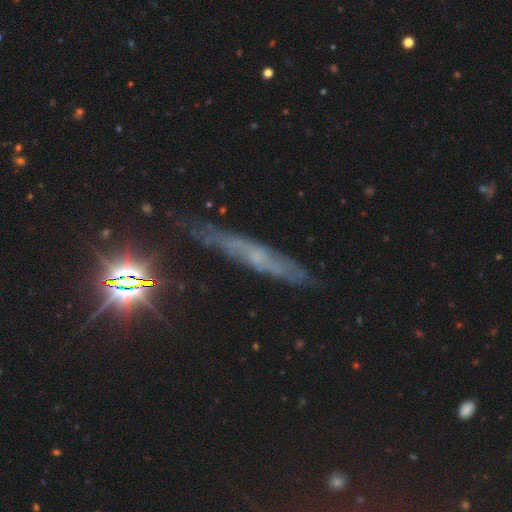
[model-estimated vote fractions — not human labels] This is possibly a featured or disk galaxy (55%). It is likely viewed edge-on (71%). Merging: likely none (73%).